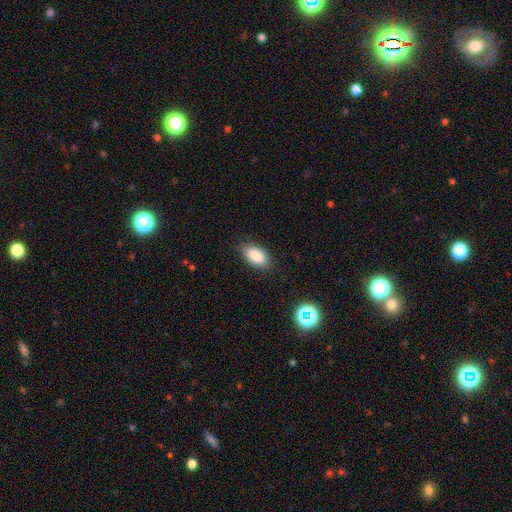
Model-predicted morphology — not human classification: A smooth galaxy with no disk features (87%) that is in between round and cigar-shaped (93%). Merging: none (85%).